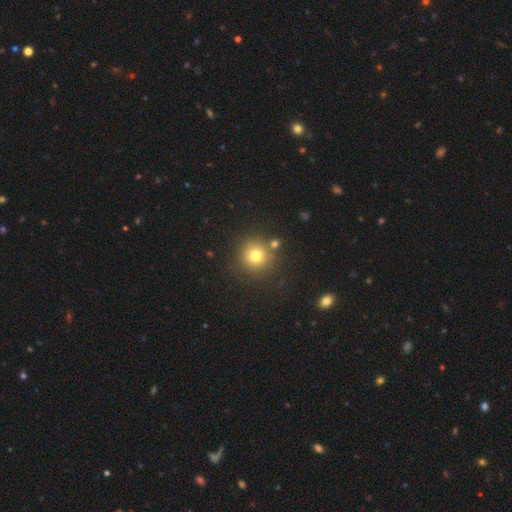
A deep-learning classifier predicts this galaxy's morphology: Smooth or featured?
  - smooth: 75% *
  - star or artifact: 15%
  - featured or disk: 10%
How rounded?
  - round: 94% *
  - in between: 5%
  - cigar-shaped: 1%
Merging?
  - none: 80% *
  - merger: 8%
  - minor disturbance: 8%
  - major disturbance: 3%